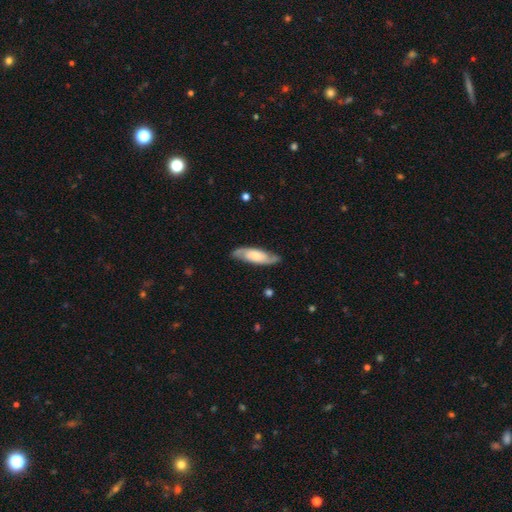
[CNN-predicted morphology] Q: Smooth or featured?
A: featured or disk (63%); runner-up: smooth (31%)
Q: Edge-on disk?
A: no (81%); runner-up: yes (19%)
Q: Bar?
A: no (62%); runner-up: weak (29%)
Q: Spiral arms?
A: yes (91%); runner-up: no (9%)
Q: Bulge size?
A: small (35%); runner-up: moderate (34%)
Q: Merging?
A: none (82%); runner-up: minor disturbance (13%)